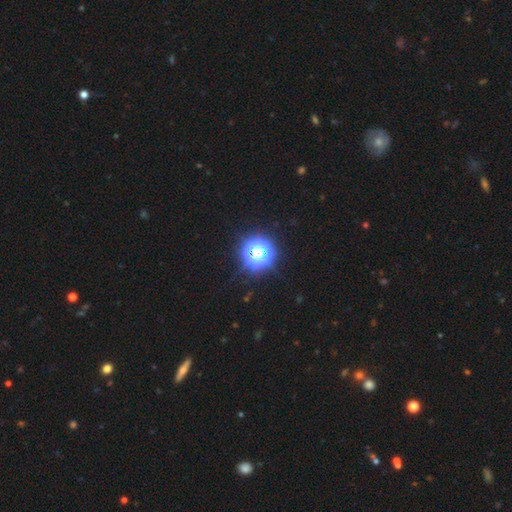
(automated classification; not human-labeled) Morphology: type=star or artifact (63%).